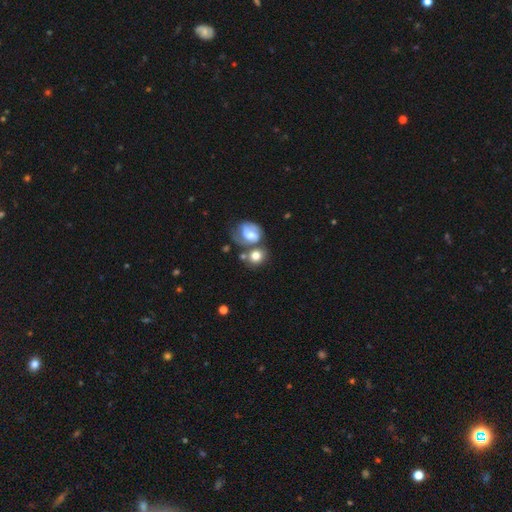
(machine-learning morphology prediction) Smooth or featured? Predicted: smooth (p=0.70). How rounded? Predicted: round (p=0.70). Merging? Predicted: none (p=0.42).